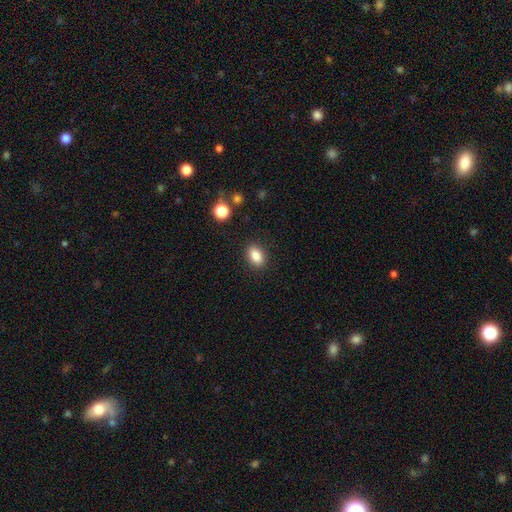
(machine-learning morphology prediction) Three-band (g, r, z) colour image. It shows a smooth galaxy with no disk features (86%) that is in between round and cigar-shaped (85%). Merging: none (88%).